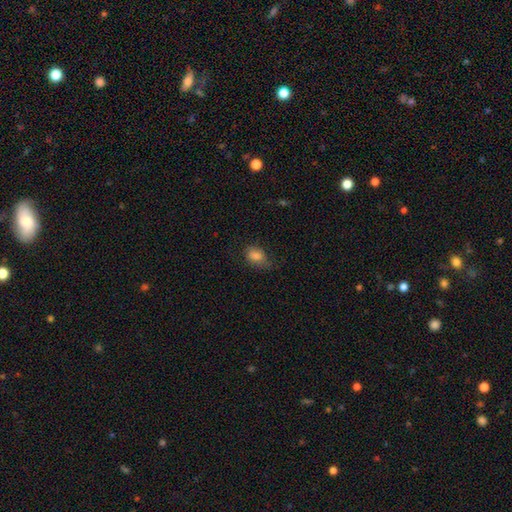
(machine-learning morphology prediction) Q: Smooth or featured?
A: smooth (80%); runner-up: featured or disk (10%)
Q: How rounded?
A: in between (72%); runner-up: round (27%)
Q: Merging?
A: none (59%); runner-up: minor disturbance (28%)